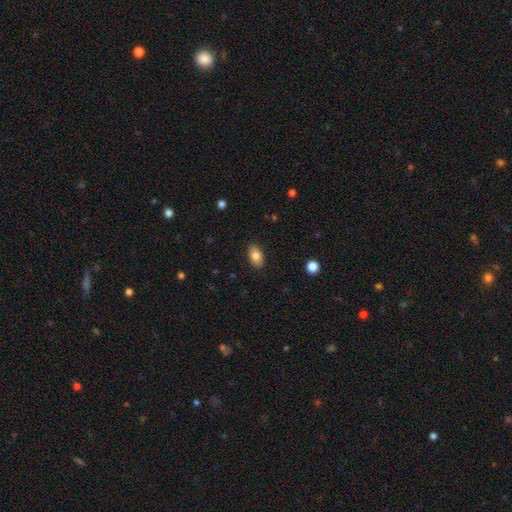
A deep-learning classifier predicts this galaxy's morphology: This is clearly a smooth galaxy (82%). How rounded: clearly in between (90%). Merging: clearly none (87%).